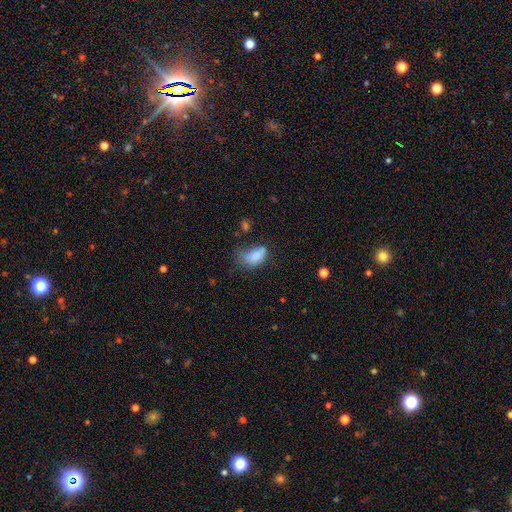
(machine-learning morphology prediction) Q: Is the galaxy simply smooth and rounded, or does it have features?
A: smooth — 77%.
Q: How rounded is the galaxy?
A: in between — 89%.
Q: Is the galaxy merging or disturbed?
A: minor disturbance — 34%.